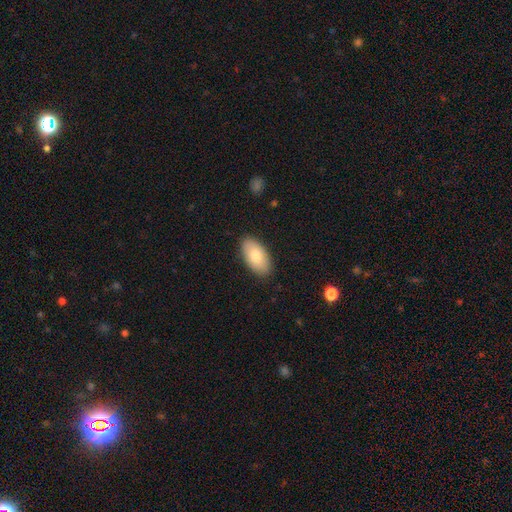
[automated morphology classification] smooth 76%, featured or disk 18%, star or artifact 6%. Down the decision tree: how rounded — in between (94%); merging — none (87%).